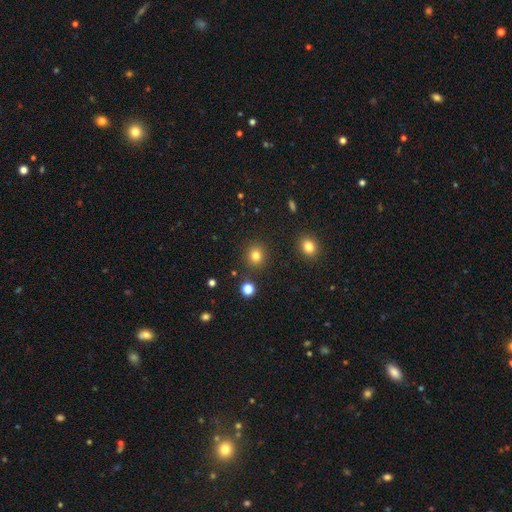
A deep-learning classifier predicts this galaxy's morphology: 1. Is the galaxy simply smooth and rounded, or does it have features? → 82% smooth, 13% star or artifact, 5% featured or disk.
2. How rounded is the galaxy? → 87% round, 12% in between, 1% cigar-shaped.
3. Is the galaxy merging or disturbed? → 89% none, 6% minor disturbance, 3% merger, 2% major disturbance.